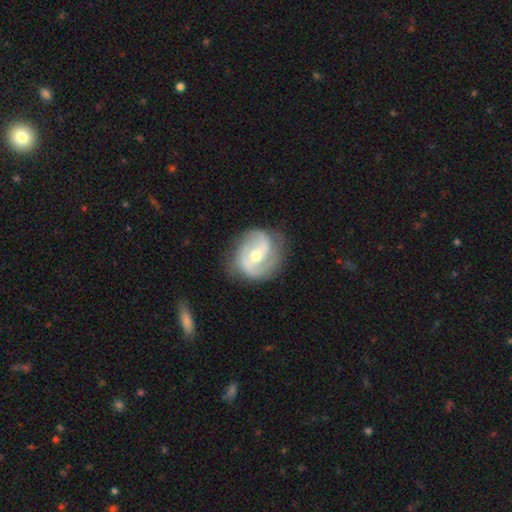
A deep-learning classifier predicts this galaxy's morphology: The model was most divided on "bar": weak: 44%, no: 36%, strong: 20%. More confident: edge-on disk — no (98%); spiral arms — yes (96%); smooth or featured — featured or disk (86%); spiral arm count — 2 (79%); merging — none (75%); bulge size — moderate (60%); spiral winding — medium (50%).